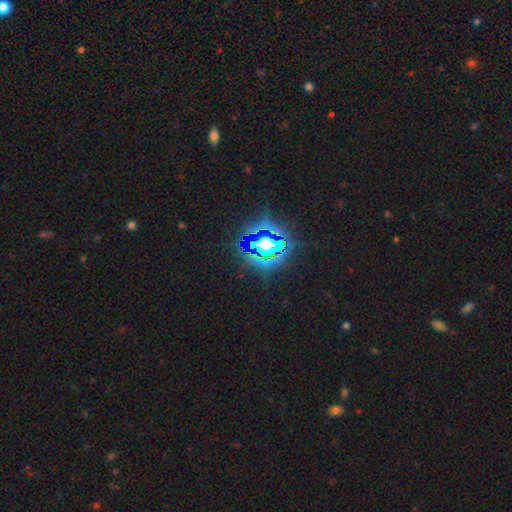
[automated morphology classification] A star or artifact, not a galaxy (69%).

Vote fractions:
- Smooth or featured? star or artifact: 69% / smooth: 18% / featured or disk: 13%